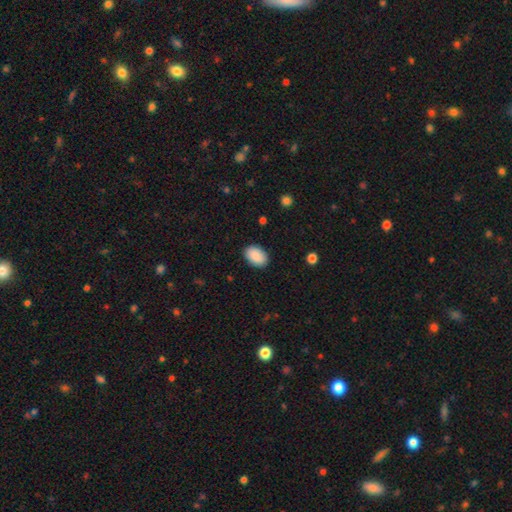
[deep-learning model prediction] A smooth galaxy with no disk features (91%) that is in between round and cigar-shaped (89%). Merging: none (89%).